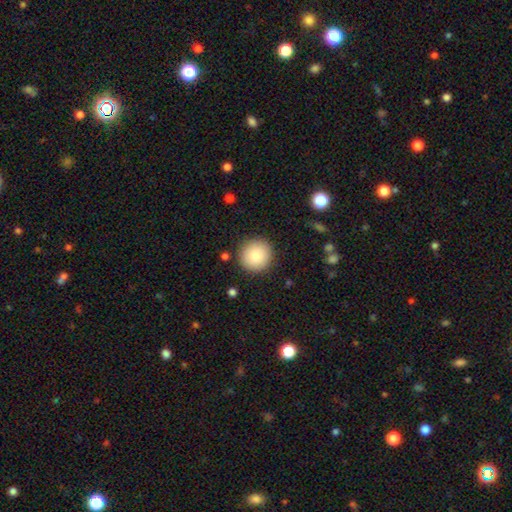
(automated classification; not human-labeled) Smooth or featured?
  - smooth: 86% *
  - star or artifact: 7%
  - featured or disk: 7%
How rounded?
  - round: 95% *
  - in between: 4%
  - cigar-shaped: 1%
Merging?
  - none: 89% *
  - minor disturbance: 7%
  - major disturbance: 2%
  - merger: 1%